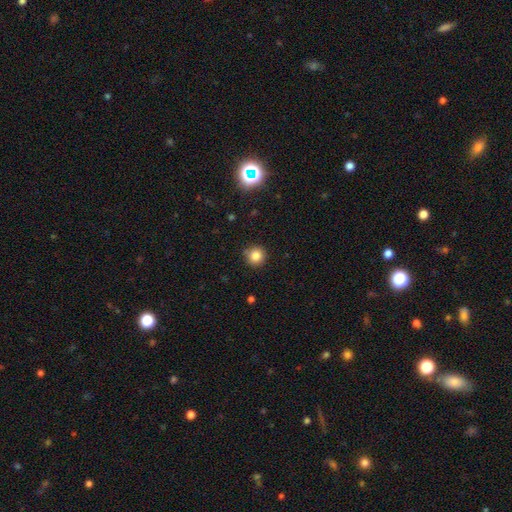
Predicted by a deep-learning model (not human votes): smooth 83%, star or artifact 12%, featured or disk 5%. Down the decision tree: how rounded — round (94%); merging — none (86%).